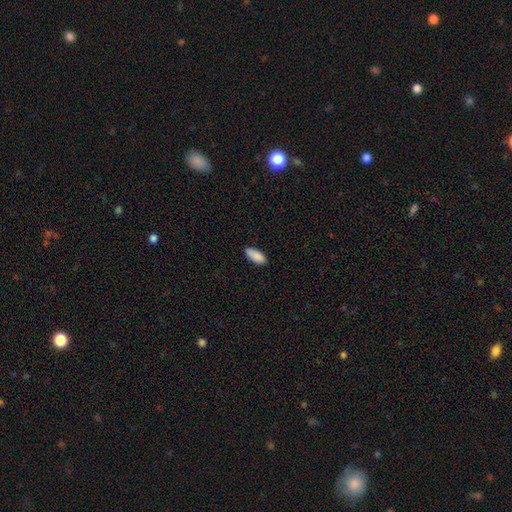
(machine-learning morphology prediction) This is clearly a smooth galaxy (89%). How rounded: clearly in between (87%). Merging: clearly none (86%).